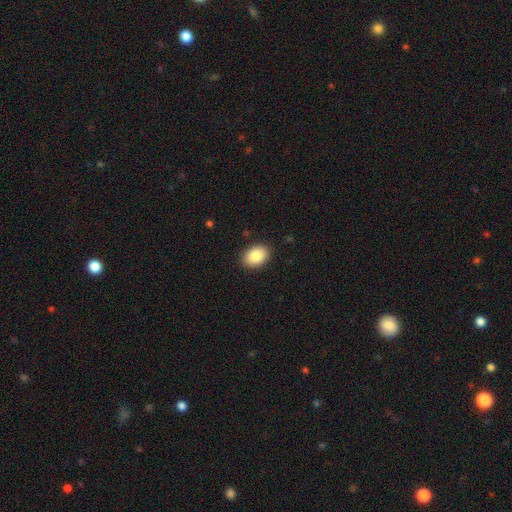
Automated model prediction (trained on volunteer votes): Smooth or featured?
  - smooth: 88% *
  - star or artifact: 7%
  - featured or disk: 5%
How rounded?
  - in between: 81% *
  - round: 18%
  - cigar-shaped: 1%
Merging?
  - none: 89% *
  - minor disturbance: 8%
  - major disturbance: 2%
  - merger: 1%